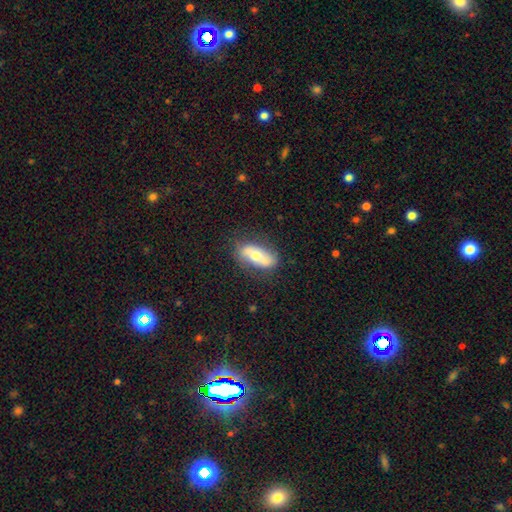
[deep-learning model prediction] A smooth galaxy with no disk features (54%) that is in between round and cigar-shaped (71%).

Vote fractions:
- Smooth or featured? smooth: 54% / featured or disk: 39% / star or artifact: 6%
- How rounded? in between: 71% / cigar-shaped: 26% / round: 3%
- Merging? none: 78% / minor disturbance: 16% / major disturbance: 4% / merger: 1%